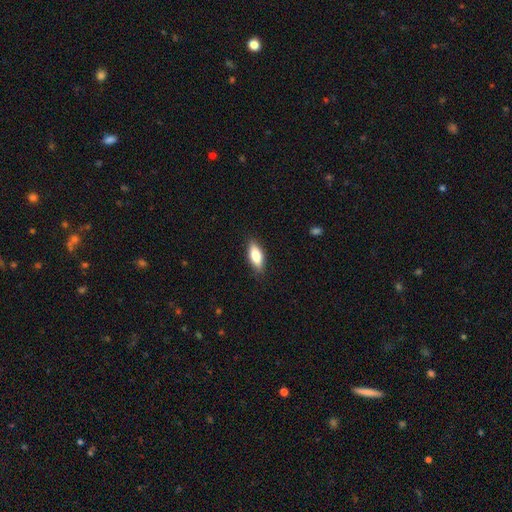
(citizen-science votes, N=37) Smooth or featured? 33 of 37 (89%) said smooth. How rounded? 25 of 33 (76%) said in between. Merging? 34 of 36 (94%) said none.